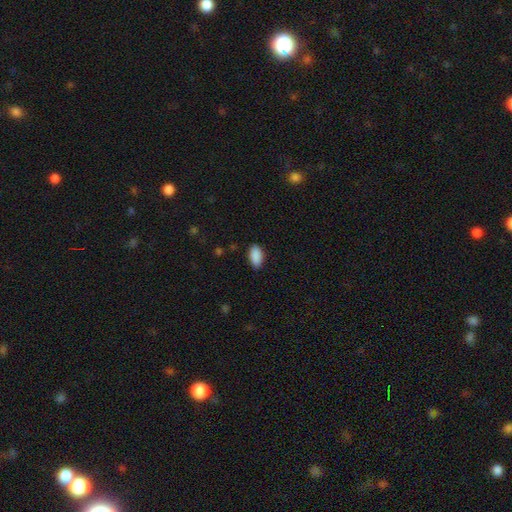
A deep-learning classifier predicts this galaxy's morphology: Overall: smooth (90%). How rounded: in between (94%). Merging: none (86%).